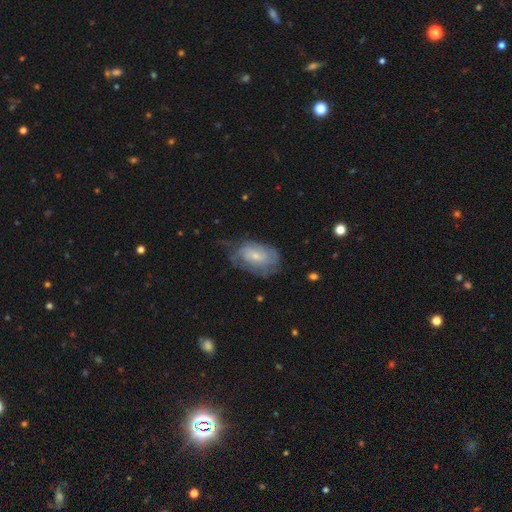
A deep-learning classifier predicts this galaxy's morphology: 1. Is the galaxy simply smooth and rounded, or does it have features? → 58% featured or disk, 35% smooth, 7% star or artifact.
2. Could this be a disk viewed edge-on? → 95% no, 5% yes.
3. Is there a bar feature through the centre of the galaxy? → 67% no, 29% weak, 4% strong.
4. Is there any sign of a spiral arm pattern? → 75% yes, 25% no.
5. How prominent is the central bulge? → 62% small, 29% moderate, 5% none, 3% large, 1% dominant.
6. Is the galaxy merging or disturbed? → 51% none, 29% minor disturbance, 18% major disturbance, 2% merger.